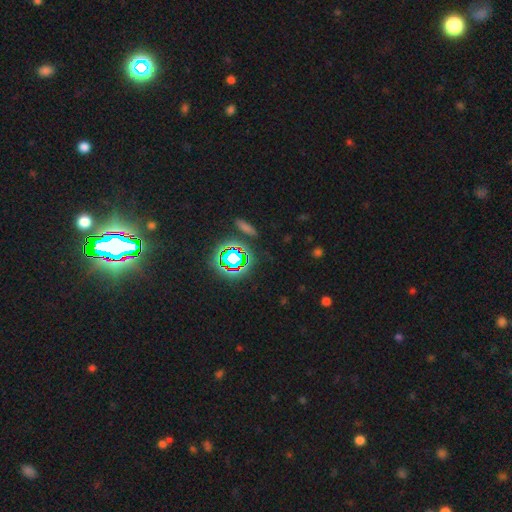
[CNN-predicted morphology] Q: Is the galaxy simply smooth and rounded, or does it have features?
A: star or artifact — 78%.